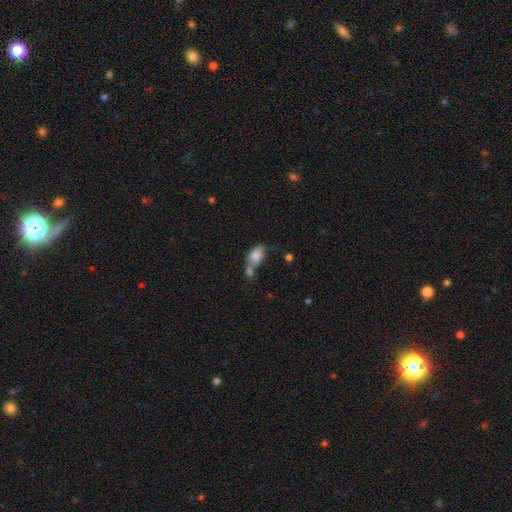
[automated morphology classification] type=smooth (76%); roundness=in between (86%); merging=merger (53%).